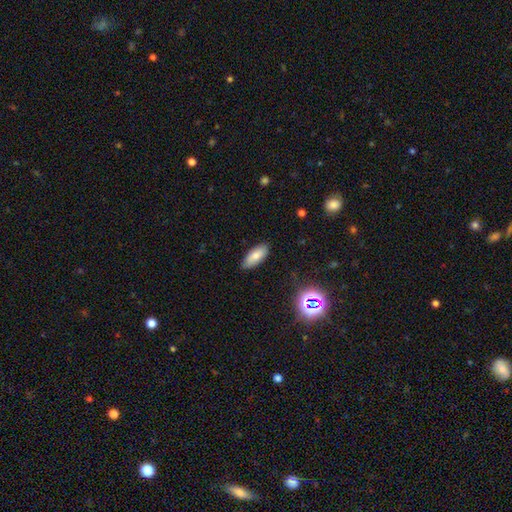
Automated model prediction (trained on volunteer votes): A smooth galaxy with no disk features (74%) that is in between round and cigar-shaped (84%). Merging: none (84%).